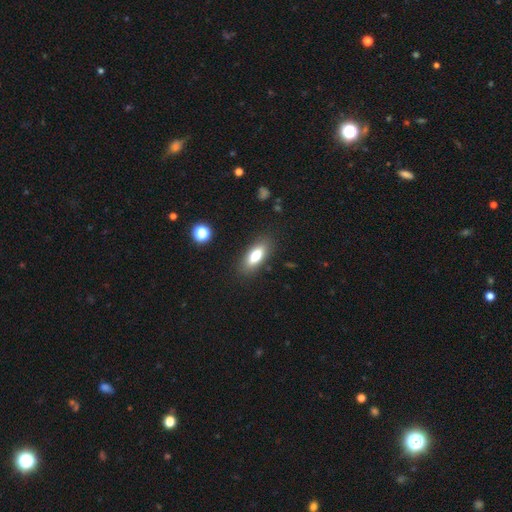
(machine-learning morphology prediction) smooth_or_featured: smooth (p=0.76) [alt: featured or disk p=0.17]
how_rounded: in between (p=0.75) [alt: cigar-shaped p=0.23]
merging: none (p=0.87) [alt: minor disturbance p=0.09]